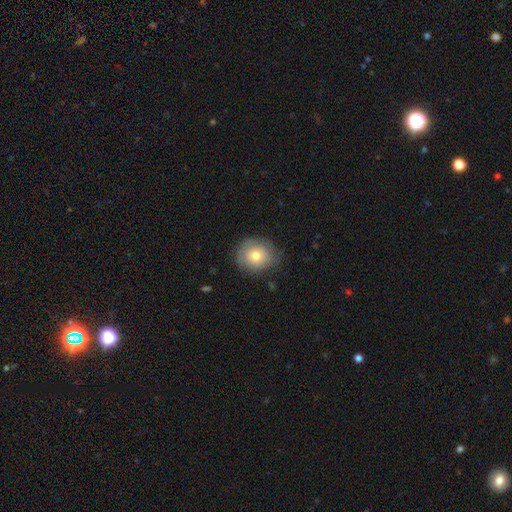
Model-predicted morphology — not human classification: type=smooth (70%); roundness=round (81%); merging=none (74%).